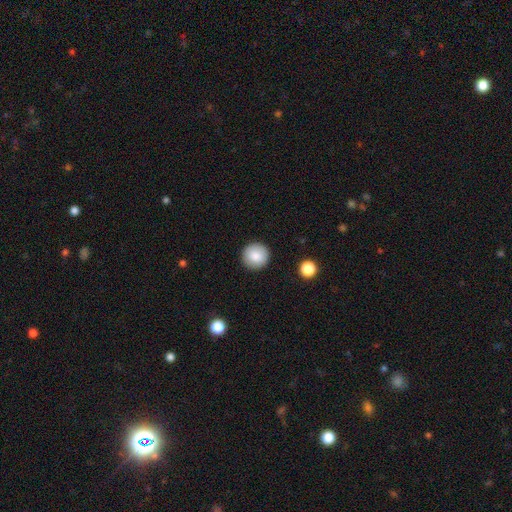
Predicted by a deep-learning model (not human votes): A smooth galaxy with no disk features (86%) that is round (95%). Merging: none (92%).